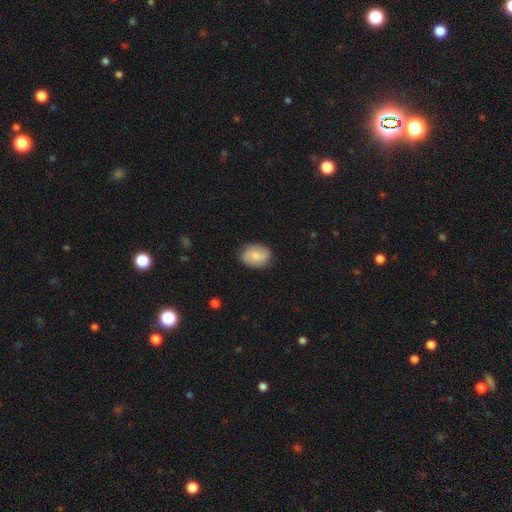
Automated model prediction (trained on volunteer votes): A smooth galaxy with no disk features (76%) that is in between round and cigar-shaped (77%). Merging: none (83%).